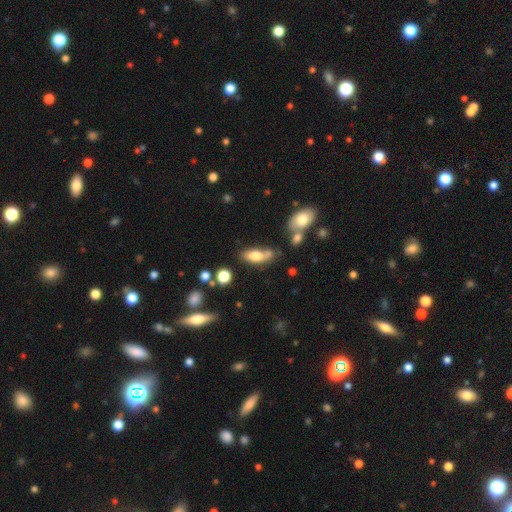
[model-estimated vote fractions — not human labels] Smooth or featured? smooth (71%)
How rounded? in between (78%)
Merging? none (48%)